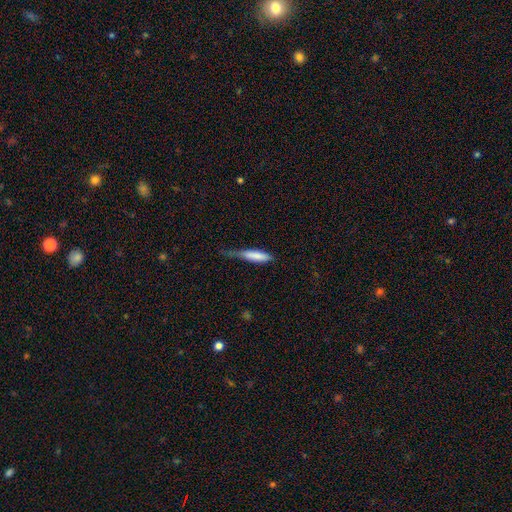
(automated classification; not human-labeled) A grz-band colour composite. It shows a smooth galaxy with no disk features (77%) that is cigar-shaped (73%). Merging: minor disturbance (45%).